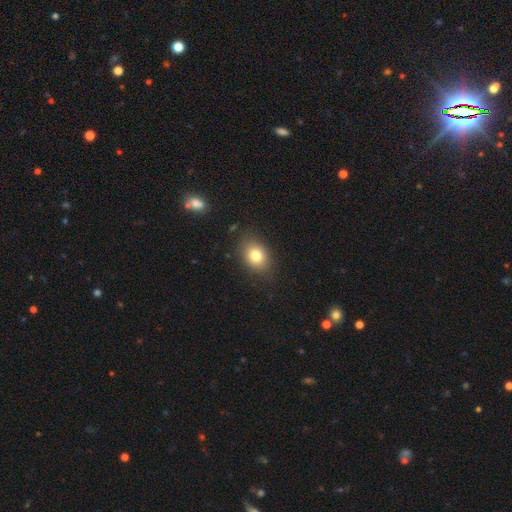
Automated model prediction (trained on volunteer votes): Morphology: type=smooth (79%); roundness=in between (65%); merging=none (83%).